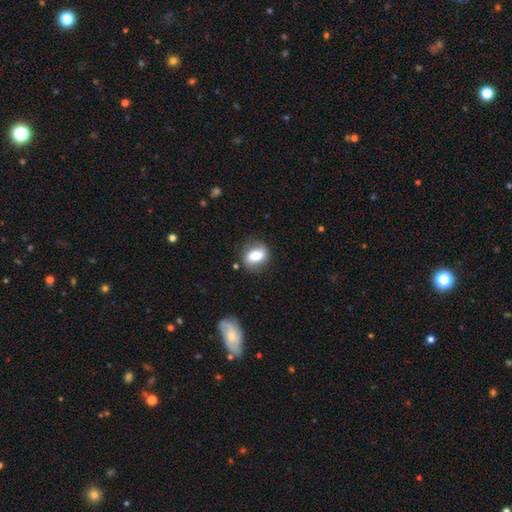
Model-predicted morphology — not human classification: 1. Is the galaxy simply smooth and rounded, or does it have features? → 68% smooth, 24% featured or disk, 8% star or artifact.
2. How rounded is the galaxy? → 61% in between, 37% round, 2% cigar-shaped.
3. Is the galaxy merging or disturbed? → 77% none, 16% minor disturbance, 5% major disturbance, 2% merger.